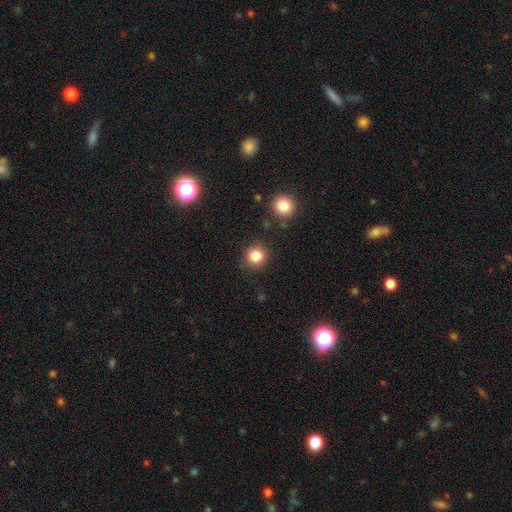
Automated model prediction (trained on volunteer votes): This is clearly a smooth galaxy (84%). How rounded: clearly round (91%). Merging: clearly none (87%).